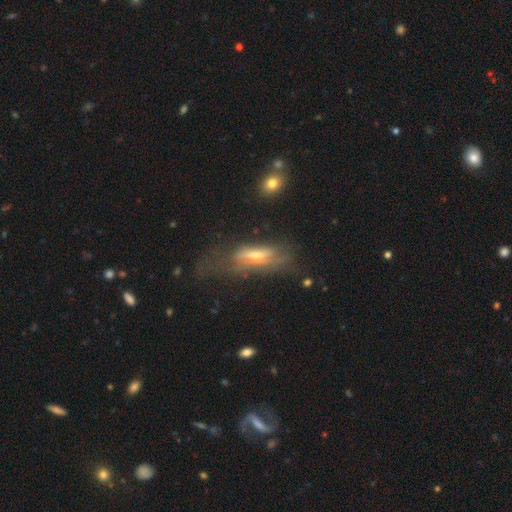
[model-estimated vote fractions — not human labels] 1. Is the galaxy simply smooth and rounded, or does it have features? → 54% featured or disk, 36% smooth, 10% star or artifact.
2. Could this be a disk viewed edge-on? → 52% no, 48% yes.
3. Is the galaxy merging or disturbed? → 37% none, 34% major disturbance, 25% minor disturbance, 4% merger.